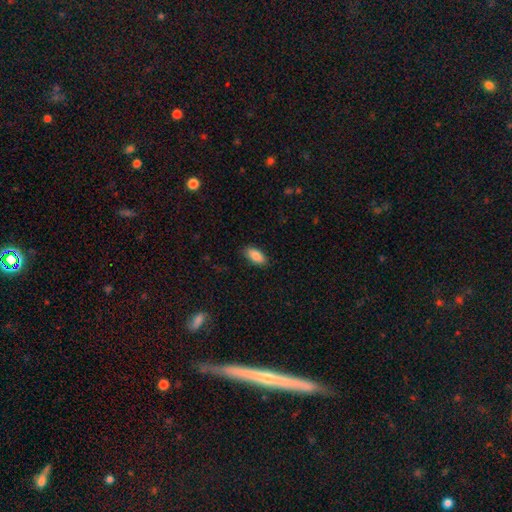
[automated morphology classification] Overall: smooth (86%). How rounded: in between (90%). Merging: none (87%).